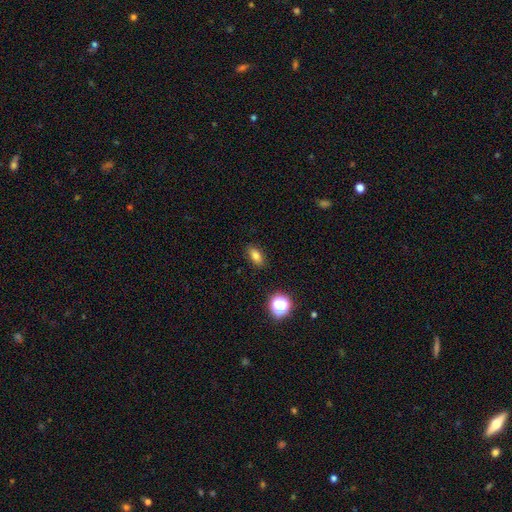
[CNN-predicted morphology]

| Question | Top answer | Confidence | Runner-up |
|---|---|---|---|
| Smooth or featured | smooth | 79% | star or artifact (13%) |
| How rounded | in between | 82% | round (10%) |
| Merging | none | 88% | minor disturbance (8%) |